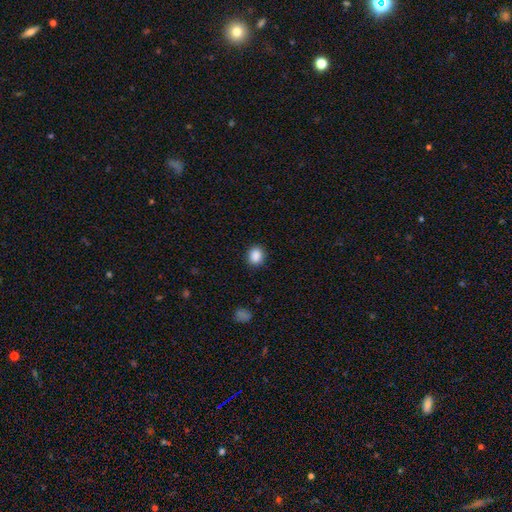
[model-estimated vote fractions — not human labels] smooth-or-featured: smooth: 88% | star or artifact: 9% | featured or disk: 3%
  how-rounded: round: 70% | in between: 29% | cigar-shaped: 1%
  merging: none: 88% | minor disturbance: 8% | major disturbance: 2% | merger: 1%